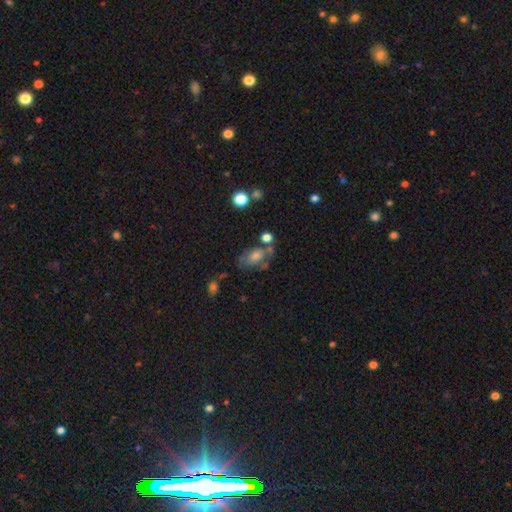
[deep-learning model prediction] Morphology: type=smooth (43%, tied with featured or disk); merging=none (48%).